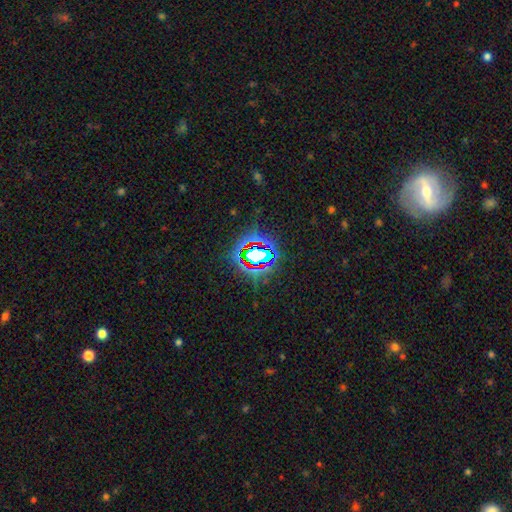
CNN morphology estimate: star or artifact 74%, smooth 15%, featured or disk 11%.